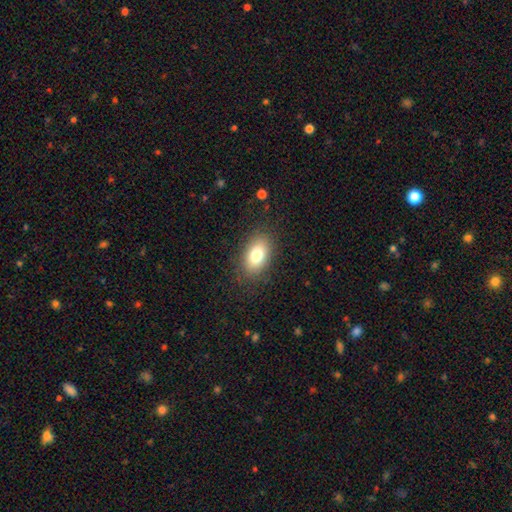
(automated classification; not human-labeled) Smooth or featured: smooth — 79% (featured or disk — 12%)
How rounded: in between — 88% (round — 10%)
Merging: none — 87% (minor disturbance — 9%)